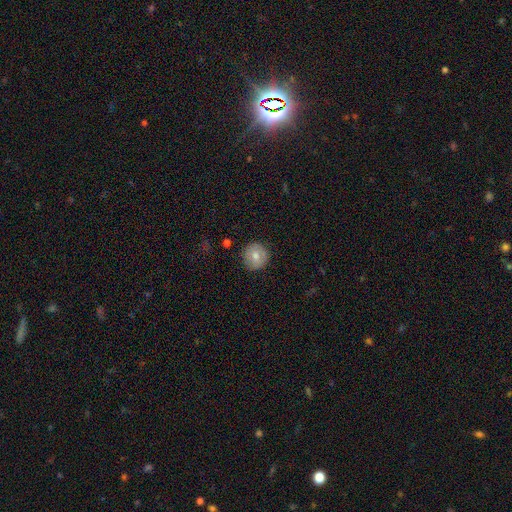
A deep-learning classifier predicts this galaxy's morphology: The model was most divided on "smooth or featured": smooth: 74%, featured or disk: 18%, star or artifact: 8%. More confident: how rounded — round (93%); merging — none (87%).